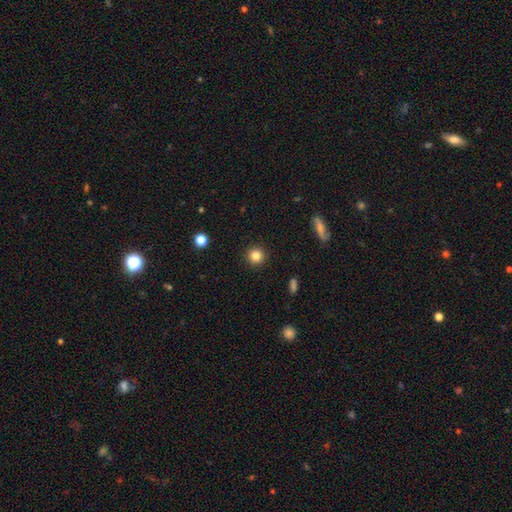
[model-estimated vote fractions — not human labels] A smooth galaxy with no disk features (83%) that is round (94%).

Vote fractions:
- Smooth or featured? smooth: 83% / star or artifact: 11% / featured or disk: 6%
- How rounded? round: 94% / in between: 5% / cigar-shaped: 1%
- Merging? none: 92% / minor disturbance: 5% / major disturbance: 2% / merger: 1%